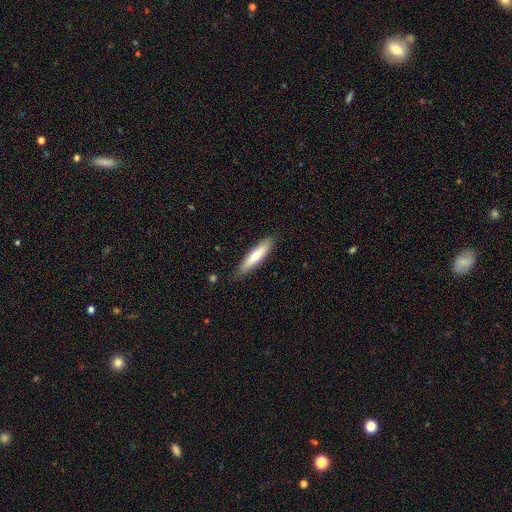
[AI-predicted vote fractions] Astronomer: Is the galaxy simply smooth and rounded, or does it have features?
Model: smooth — 63%.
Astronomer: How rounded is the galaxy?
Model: cigar-shaped — 80%.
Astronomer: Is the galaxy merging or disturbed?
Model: none — 87%.